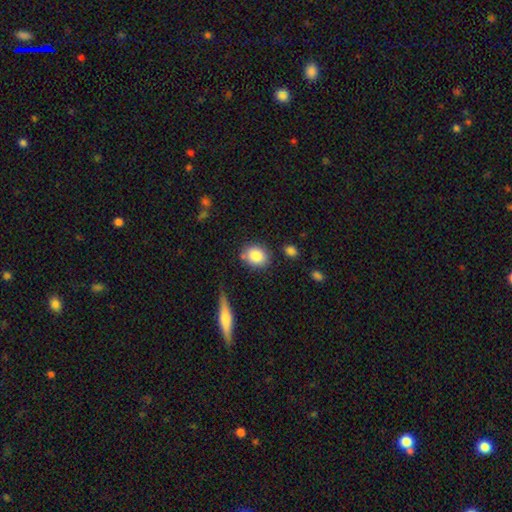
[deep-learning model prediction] Q: Smooth or featured?
A: smooth (86%); runner-up: star or artifact (8%)
Q: How rounded?
A: round (59%); runner-up: in between (39%)
Q: Merging?
A: none (74%); runner-up: minor disturbance (15%)